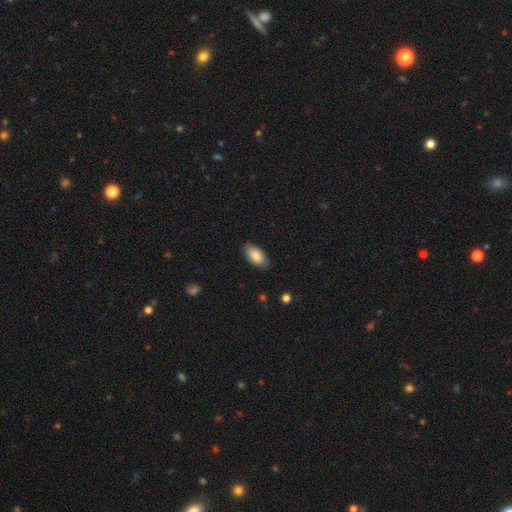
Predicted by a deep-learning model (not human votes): This appears to be a smooth galaxy with no disk features (82%) that is in between round and cigar-shaped (94%). Merging: none (84%).